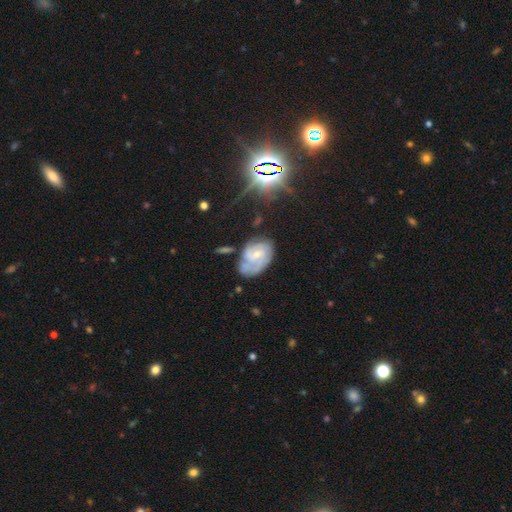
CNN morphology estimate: type=featured or disk (71%); edge-on=no (97%); bar=no (57%); spiral arms=yes (87%); winding=tight (53%); arm count=can't tell (36%); bulge=small (64%); merging=none (50%).